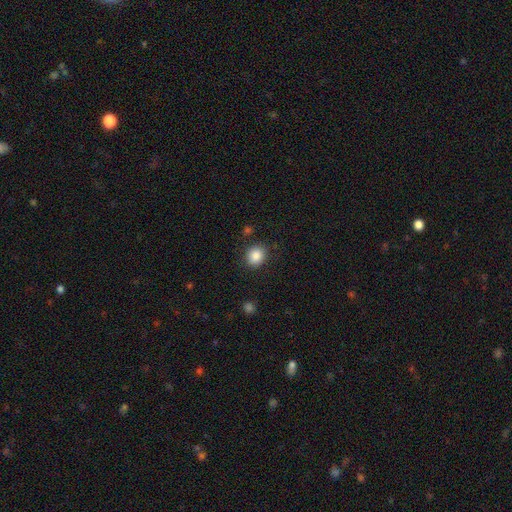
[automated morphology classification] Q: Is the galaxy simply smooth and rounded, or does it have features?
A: smooth — 86%.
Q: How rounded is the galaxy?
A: round — 72%.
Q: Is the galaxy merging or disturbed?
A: none — 87%.